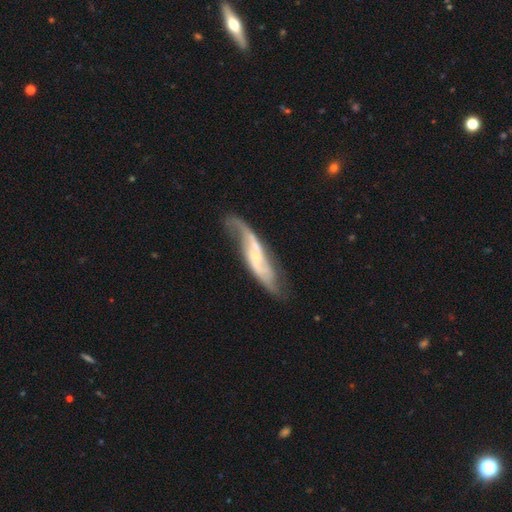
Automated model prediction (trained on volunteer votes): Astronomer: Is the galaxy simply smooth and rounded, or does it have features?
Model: featured or disk — 79%.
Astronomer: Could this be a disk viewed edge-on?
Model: no — 79%.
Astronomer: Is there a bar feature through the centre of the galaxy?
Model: no — 40% (runner-up: weak, 39%).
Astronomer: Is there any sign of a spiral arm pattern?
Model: yes — 91%.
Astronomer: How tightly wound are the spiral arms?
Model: loose — 63%.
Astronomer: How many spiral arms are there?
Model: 2 — 79%.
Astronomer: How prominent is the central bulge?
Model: small — 65%.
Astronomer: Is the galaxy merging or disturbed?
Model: none — 57%.